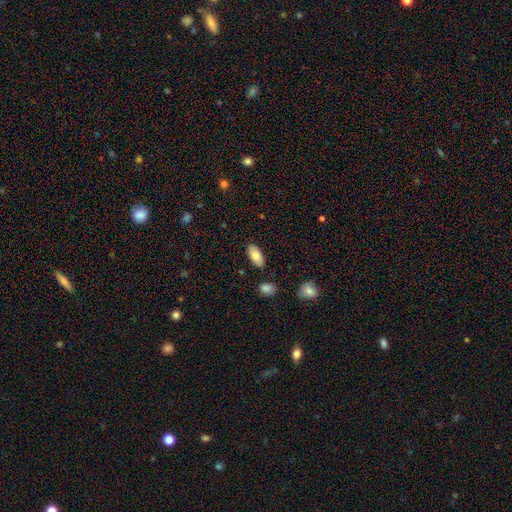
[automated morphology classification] type=smooth (79%); roundness=in between (91%); merging=none (87%).